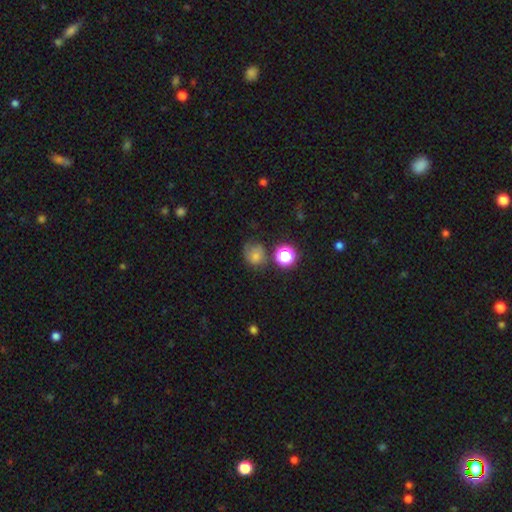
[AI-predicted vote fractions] Smooth or featured? smooth (67%)
How rounded? round (74%)
Merging? none (50%)